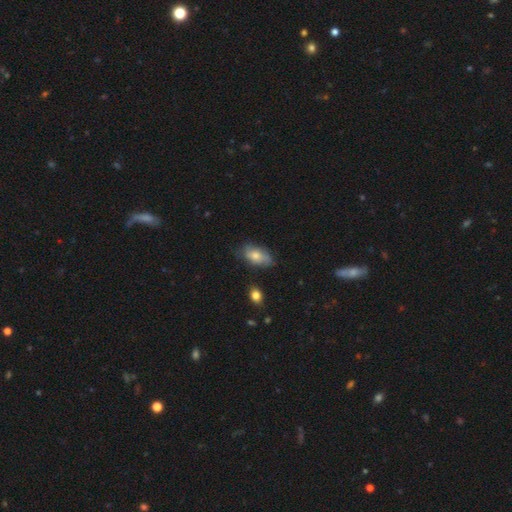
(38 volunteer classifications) Volunteers were most divided on "merging": none: 63%, minor disturbance: 26%, major disturbance: 8%, merger: 3%. More confident: how rounded — in between (86%); smooth or featured — smooth (76%).